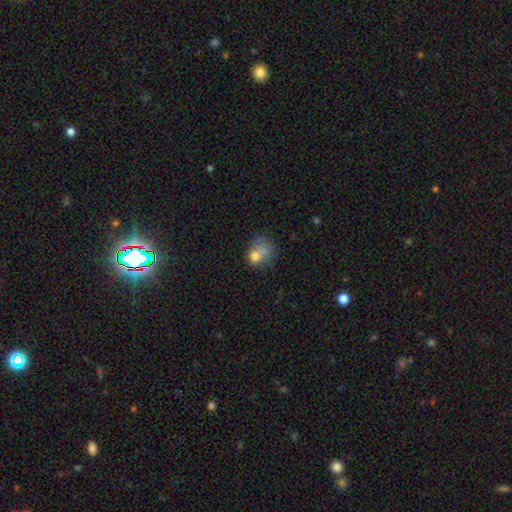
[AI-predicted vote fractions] Morphology: type=smooth (70%); roundness=round (55%); merging=none (32%).